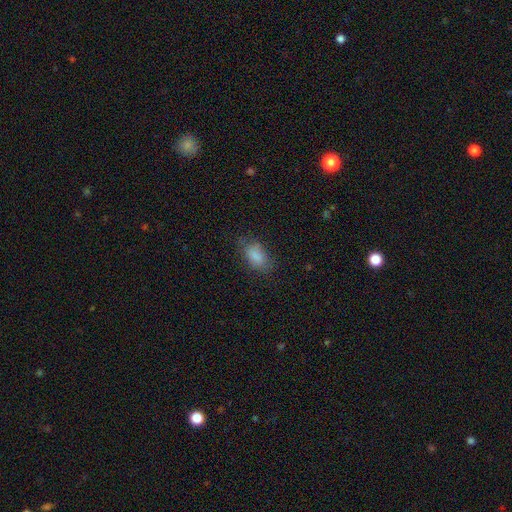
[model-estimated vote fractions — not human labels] This appears to be a smooth galaxy with no disk features (84%) that is in between round and cigar-shaped (90%). Merging: none (70%).